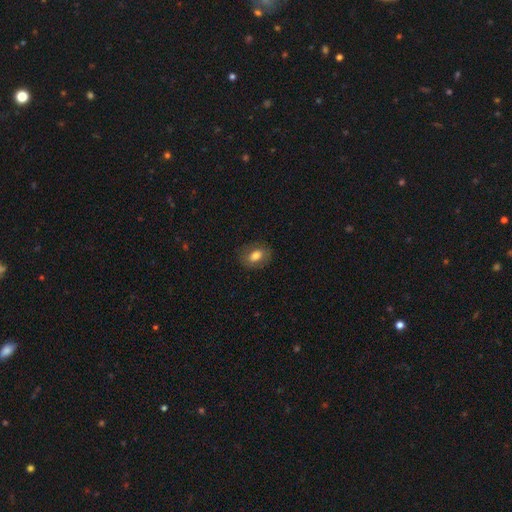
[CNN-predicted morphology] Smooth or featured?
  - smooth: 74% *
  - featured or disk: 17%
  - star or artifact: 8%
How rounded?
  - in between: 71% *
  - round: 28%
  - cigar-shaped: 1%
Merging?
  - none: 82% *
  - minor disturbance: 12%
  - major disturbance: 4%
  - merger: 1%